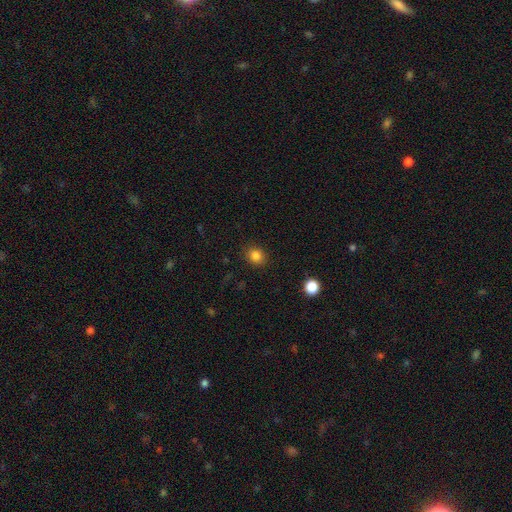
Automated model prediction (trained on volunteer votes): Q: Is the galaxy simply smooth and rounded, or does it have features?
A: smooth — 84%.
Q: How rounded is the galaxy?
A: round — 72%.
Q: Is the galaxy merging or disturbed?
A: none — 88%.